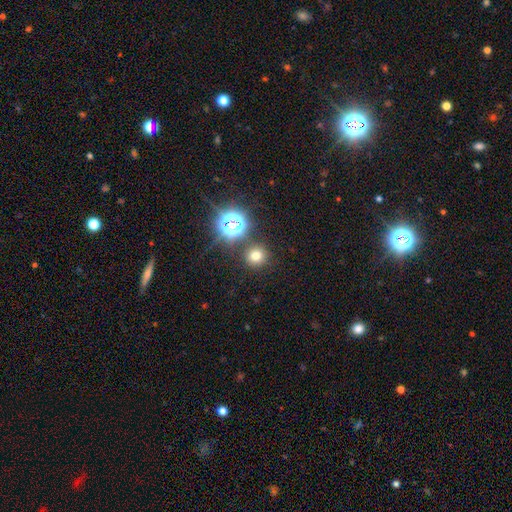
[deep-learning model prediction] Smooth or featured? smooth (66%)
How rounded? round (92%)
Merging? none (84%)